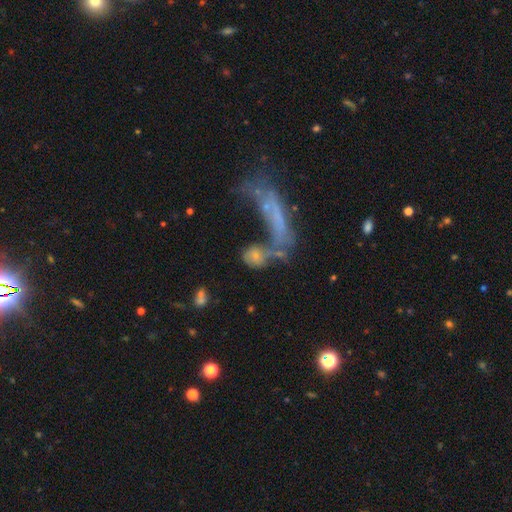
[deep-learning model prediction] Smooth or featured? smooth (57%)
How rounded? round (42%)
Merging? merger (38%)